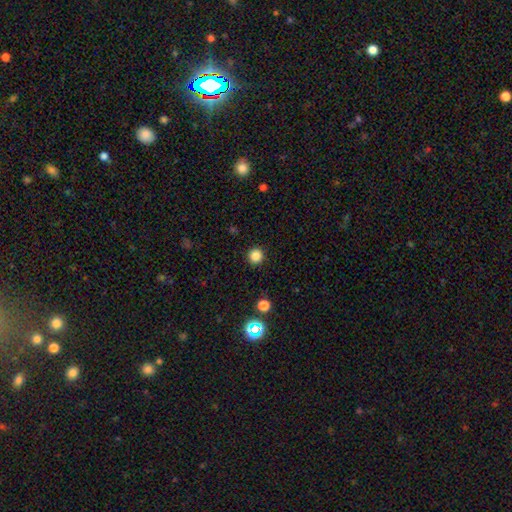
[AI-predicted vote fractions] Smooth or featured? smooth (84%)
How rounded? round (95%)
Merging? none (93%)